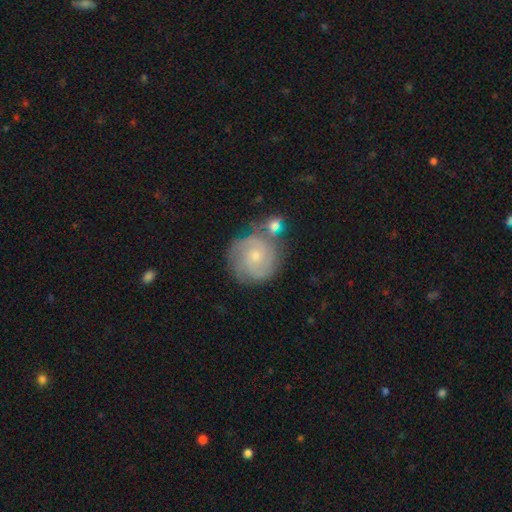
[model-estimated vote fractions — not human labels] Smooth or featured: featured or disk — 71% (smooth — 22%)
Edge-on disk: no — 98% (yes — 2%)
Bar: no — 75% (weak — 22%)
Spiral arms: yes — 92% (no — 8%)
Spiral winding: tight — 63% (medium — 29%)
Spiral arm count: 2 — 31% (can't tell — 27%)
Bulge size: small — 61% (moderate — 34%)
Merging: none — 65% (minor disturbance — 16%)